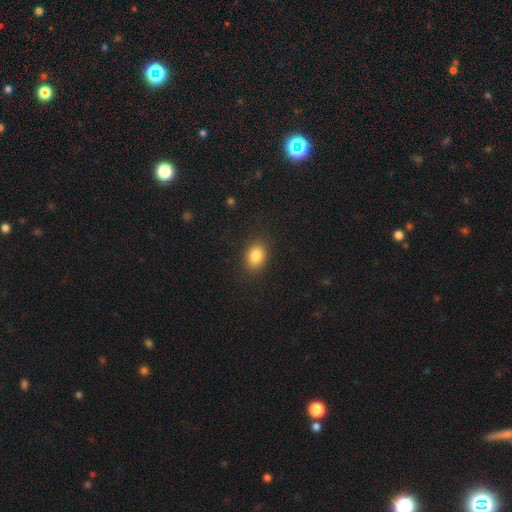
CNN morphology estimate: Smooth or featured: smooth — 84% (star or artifact — 10%)
How rounded: in between — 64% (round — 35%)
Merging: none — 88% (minor disturbance — 8%)